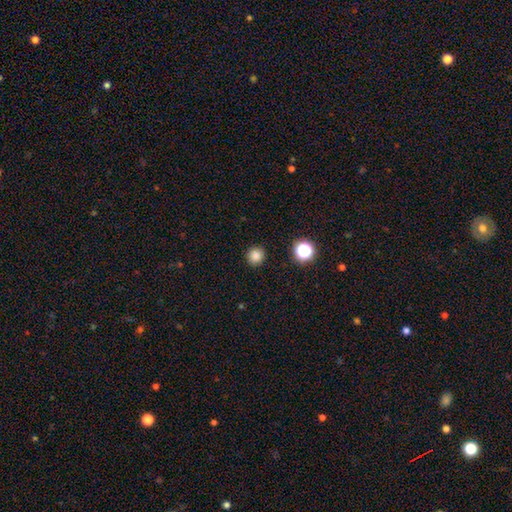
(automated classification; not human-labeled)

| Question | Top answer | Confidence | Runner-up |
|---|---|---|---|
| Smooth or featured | smooth | 82% | star or artifact (14%) |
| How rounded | round | 93% | in between (6%) |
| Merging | none | 91% | minor disturbance (6%) |